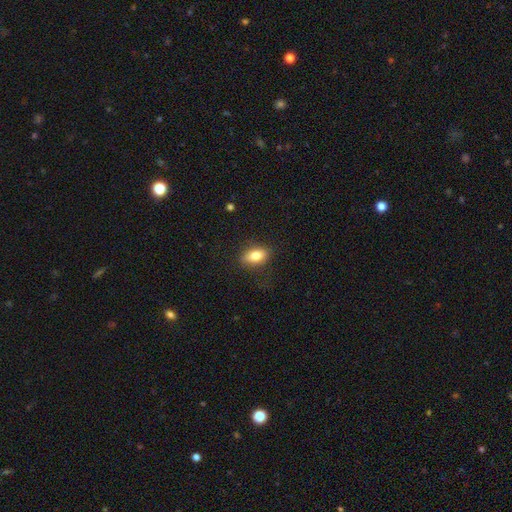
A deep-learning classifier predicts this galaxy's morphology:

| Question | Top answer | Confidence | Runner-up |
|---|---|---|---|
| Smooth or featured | smooth | 79% | featured or disk (13%) |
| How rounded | in between | 85% | round (10%) |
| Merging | none | 80% | minor disturbance (15%) |